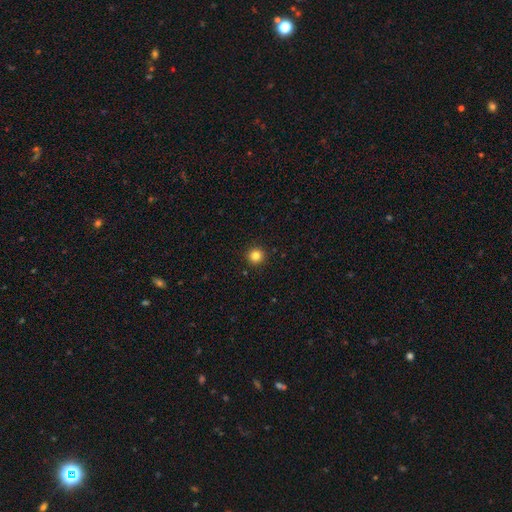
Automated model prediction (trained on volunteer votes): This is clearly a smooth galaxy (83%). How rounded: clearly round (95%). Merging: clearly none (93%).